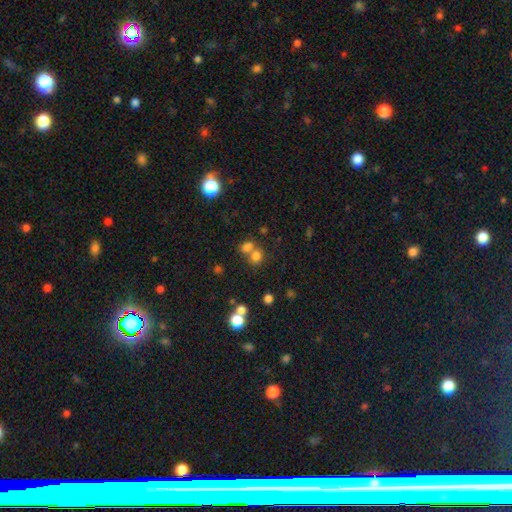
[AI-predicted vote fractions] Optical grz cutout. It shows a smooth galaxy with no disk features (72%) that is round (66%). Merging: merger (44%, tied with none).